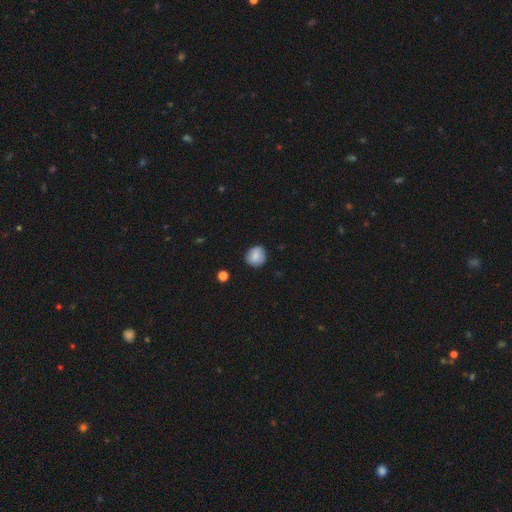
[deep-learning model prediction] smooth-or-featured: smooth: 81% | featured or disk: 11% | star or artifact: 8%
  how-rounded: round: 83% | in between: 16% | cigar-shaped: 1%
  merging: none: 84% | minor disturbance: 12% | major disturbance: 2% | merger: 1%